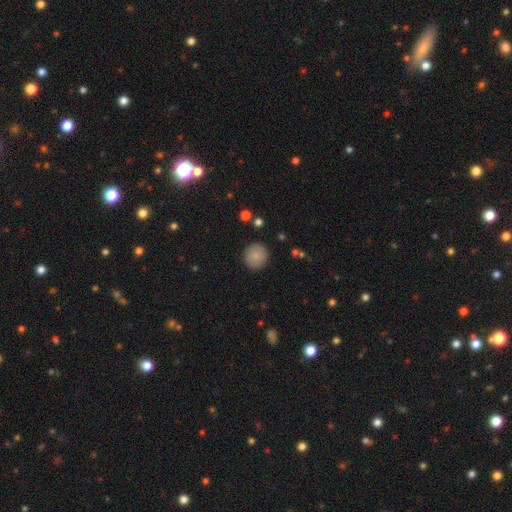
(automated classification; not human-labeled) A smooth galaxy with no disk features (83%) that is round (92%).

Vote fractions:
- Smooth or featured? smooth: 83% / featured or disk: 9% / star or artifact: 8%
- How rounded? round: 92% / in between: 7% / cigar-shaped: 1%
- Merging? none: 90% / minor disturbance: 7% / major disturbance: 2% / merger: 1%